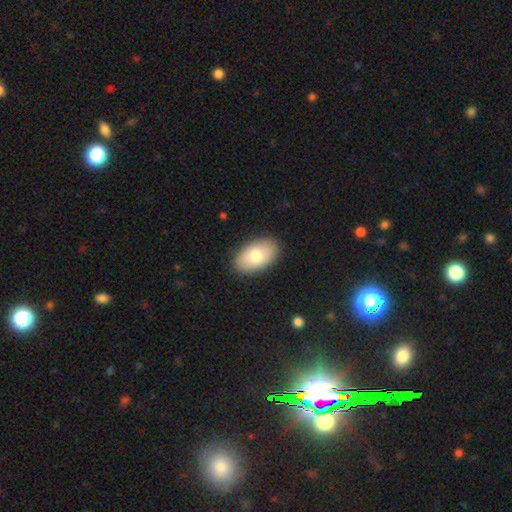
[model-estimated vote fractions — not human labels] Morphology: type=smooth (78%); roundness=in between (94%); merging=none (89%).